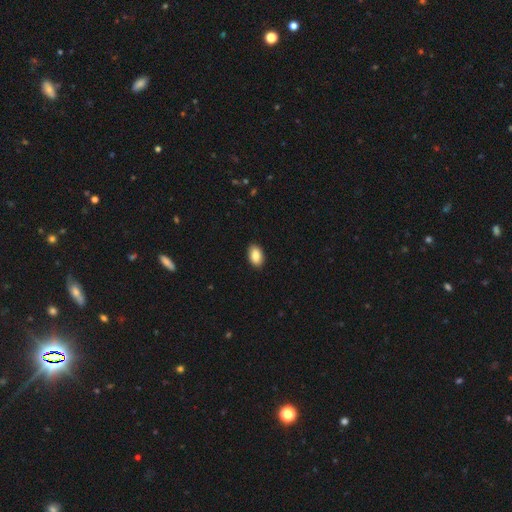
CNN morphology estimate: smooth_or_featured: smooth (p=0.87) [alt: star or artifact p=0.07]
how_rounded: in between (p=0.91) [alt: round p=0.08]
merging: none (p=0.90) [alt: minor disturbance p=0.07]